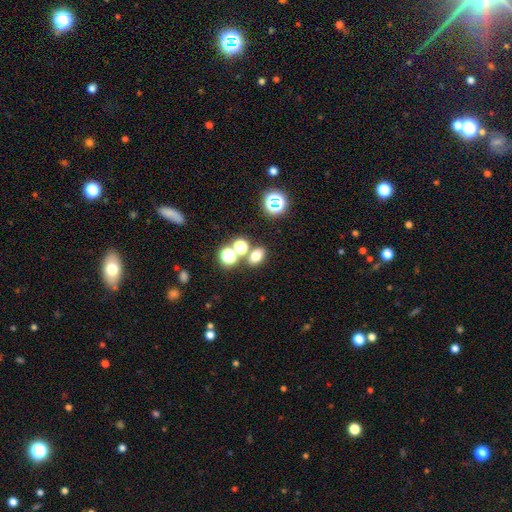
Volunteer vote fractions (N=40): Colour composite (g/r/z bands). It shows a smooth galaxy with no disk features (90%) that is in between round and cigar-shaped (58%). Merging: none (67%).